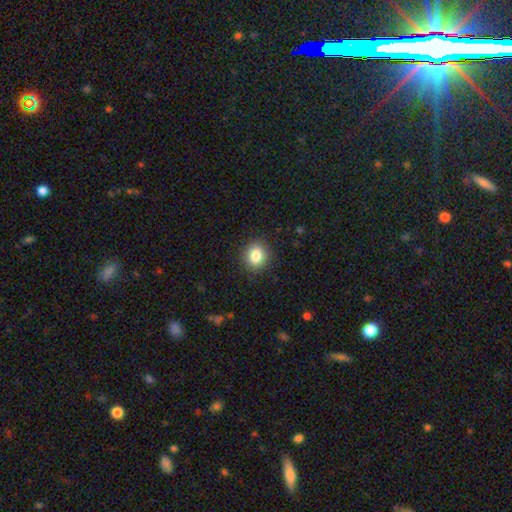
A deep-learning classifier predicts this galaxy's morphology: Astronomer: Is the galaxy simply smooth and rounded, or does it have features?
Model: smooth — 83%.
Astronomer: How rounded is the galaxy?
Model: round — 76%.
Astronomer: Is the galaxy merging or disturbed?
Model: none — 90%.